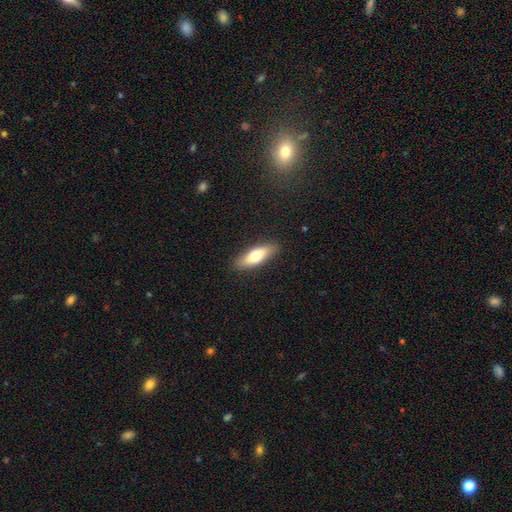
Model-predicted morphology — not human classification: The model was most divided on "how rounded": in between: 55%, cigar-shaped: 42%, round: 2%. More confident: merging — none (88%); smooth or featured — smooth (70%).